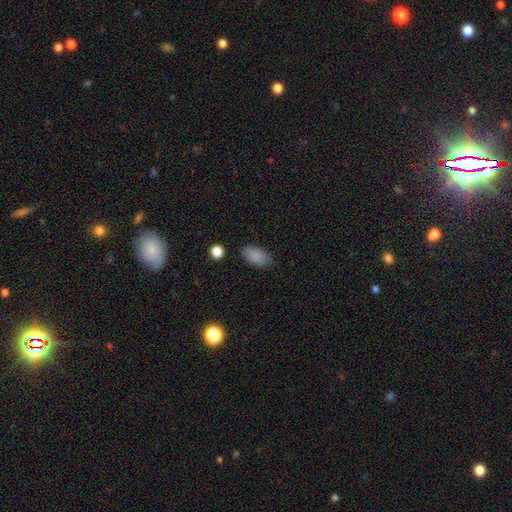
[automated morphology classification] A smooth galaxy with no disk features (87%) that is in between round and cigar-shaped (92%). Merging: none (80%).